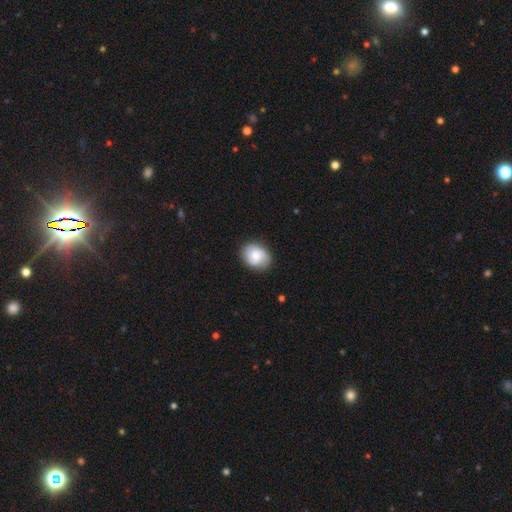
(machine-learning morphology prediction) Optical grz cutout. It shows a smooth galaxy with no disk features (76%) that is in between round and cigar-shaped (52%). Merging: none (84%).